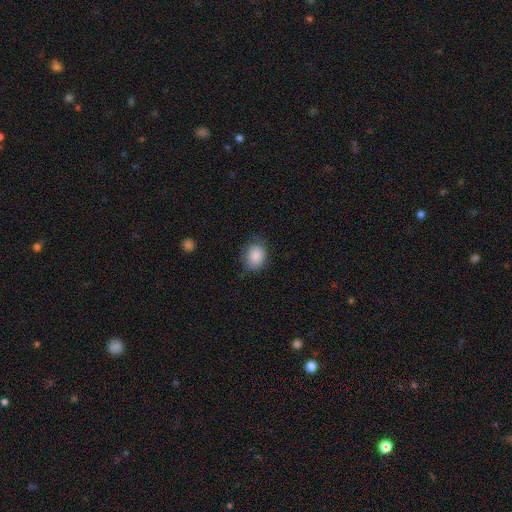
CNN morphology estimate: Smooth or featured? Predicted: smooth (p=0.87). How rounded? Predicted: in between (p=0.56). Merging? Predicted: none (p=0.74).